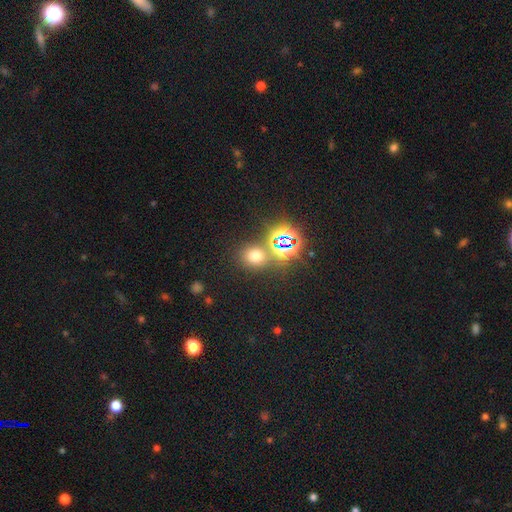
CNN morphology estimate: Smooth or featured? Predicted: smooth (p=0.56). How rounded? Predicted: round (p=0.73). Merging? Predicted: none (p=0.73).